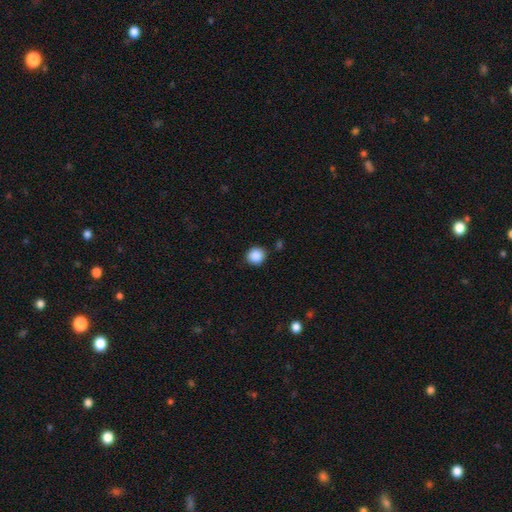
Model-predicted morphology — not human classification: The model was most divided on "how rounded": round: 89%, in between: 11%, cigar-shaped: 1%. More confident: smooth or featured — smooth (88%); merging — none (87%).